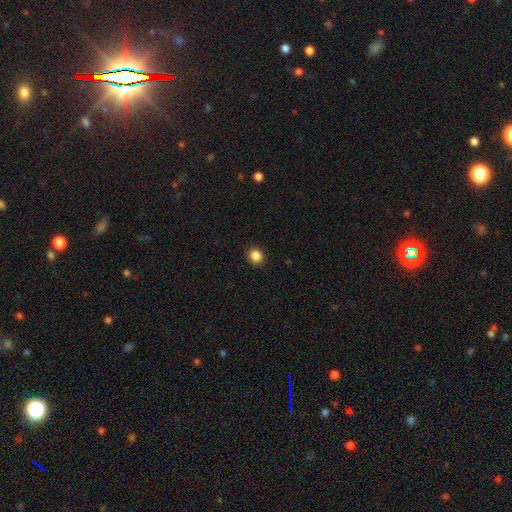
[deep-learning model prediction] smooth_or_featured: smooth (p=0.87) [alt: star or artifact p=0.10]
how_rounded: round (p=0.73) [alt: in between p=0.26]
merging: none (p=0.91) [alt: minor disturbance p=0.06]